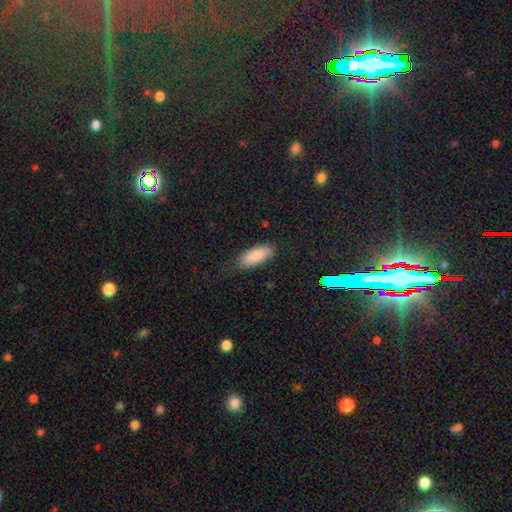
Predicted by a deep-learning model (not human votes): A smooth galaxy with no disk features (87%) that is in between round and cigar-shaped (82%). Merging: none (77%).